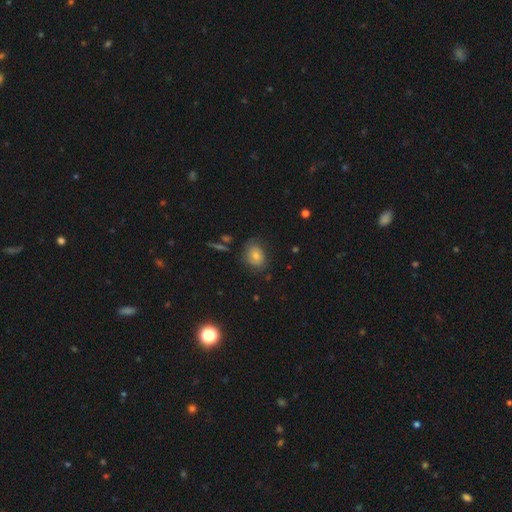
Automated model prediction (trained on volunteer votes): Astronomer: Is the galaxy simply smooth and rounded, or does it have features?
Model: smooth — 67%.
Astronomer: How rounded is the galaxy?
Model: in between — 56% (runner-up: round, 43%).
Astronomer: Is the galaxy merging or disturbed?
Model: none — 67%.